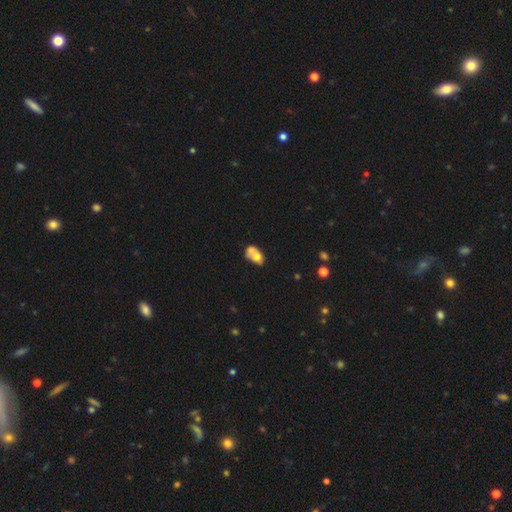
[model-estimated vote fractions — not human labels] A smooth galaxy with no disk features (62%) that is in between round and cigar-shaped (67%). Merging: merger (63%).